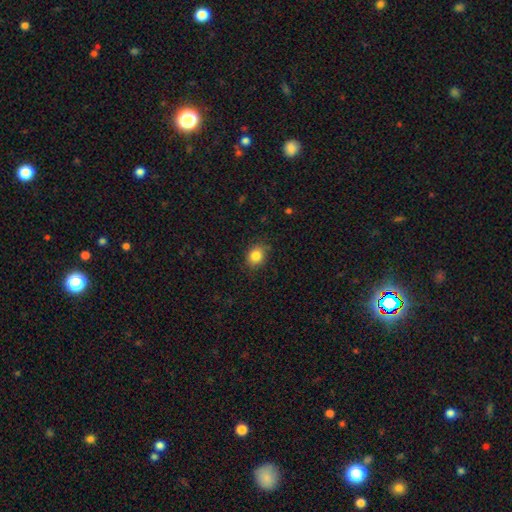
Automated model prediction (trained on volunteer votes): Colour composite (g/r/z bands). It shows a smooth galaxy with no disk features (84%) that is round (55%). Merging: none (85%).